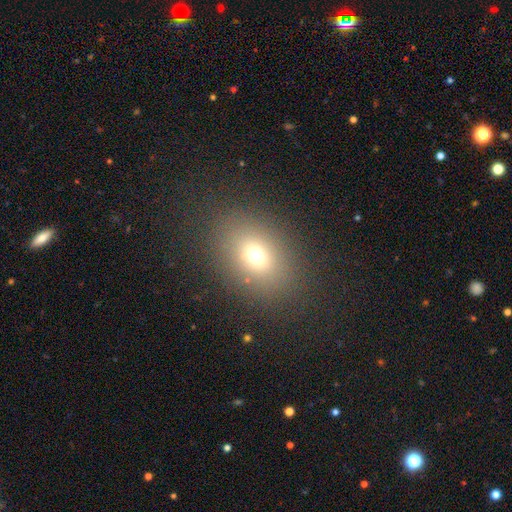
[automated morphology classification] The model was most divided on "how rounded": in between: 67%, round: 31%, cigar-shaped: 1%. More confident: merging — none (83%); smooth or featured — smooth (69%).